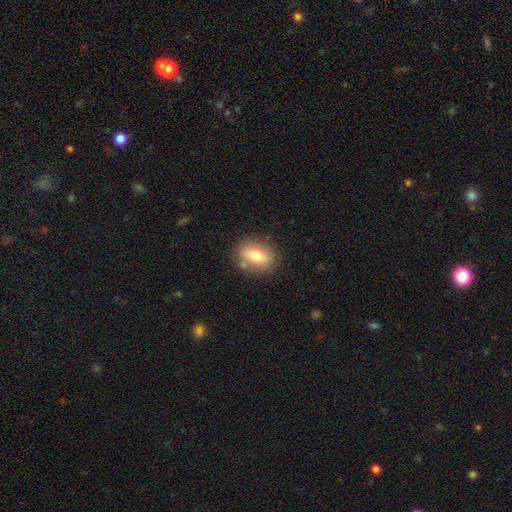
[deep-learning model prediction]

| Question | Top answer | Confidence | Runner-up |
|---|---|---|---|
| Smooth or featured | smooth | 71% | featured or disk (21%) |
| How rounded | in between | 74% | round (22%) |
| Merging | none | 81% | minor disturbance (12%) |